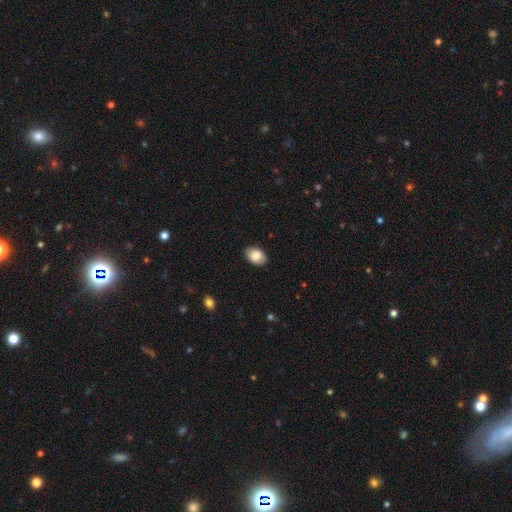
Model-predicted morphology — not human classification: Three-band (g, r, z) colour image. It shows a smooth galaxy with no disk features (86%) that is in between round and cigar-shaped (86%). Merging: none (88%).